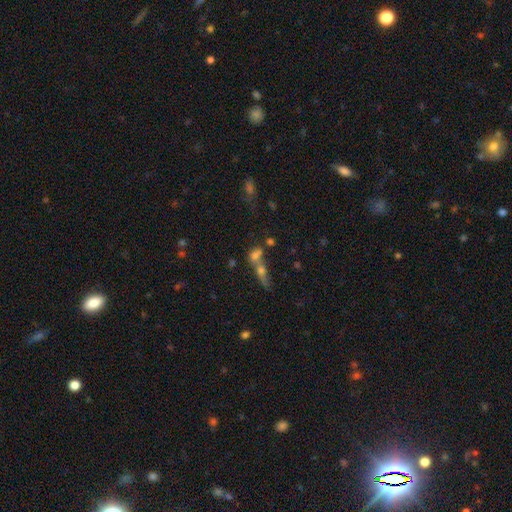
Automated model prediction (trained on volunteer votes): Smooth or featured? smooth (59%)
How rounded? in between (52%)
Merging? merger (63%)